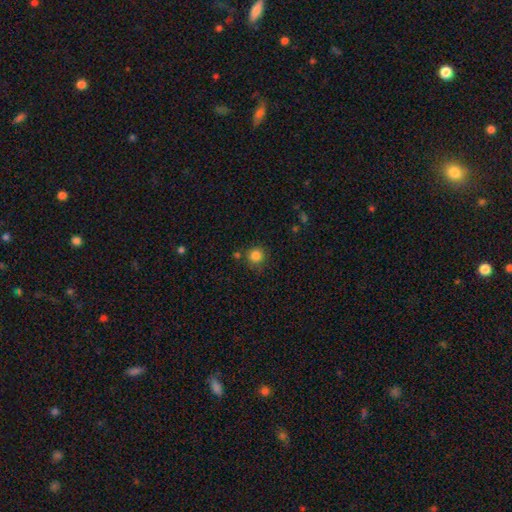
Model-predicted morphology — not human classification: This is clearly a smooth galaxy (84%). How rounded: clearly round (92%). Merging: likely none (78%).